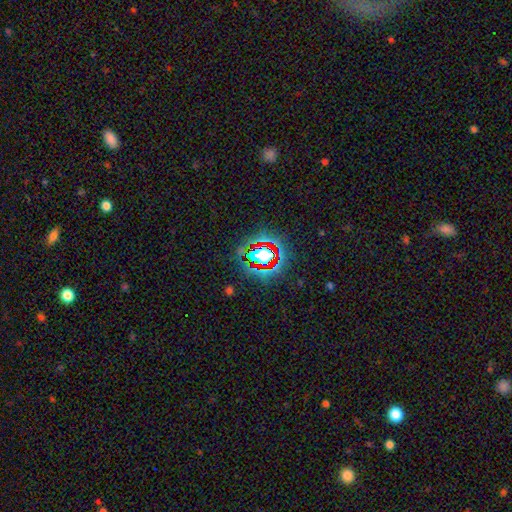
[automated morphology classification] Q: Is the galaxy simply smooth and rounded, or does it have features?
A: star or artifact — 78%.